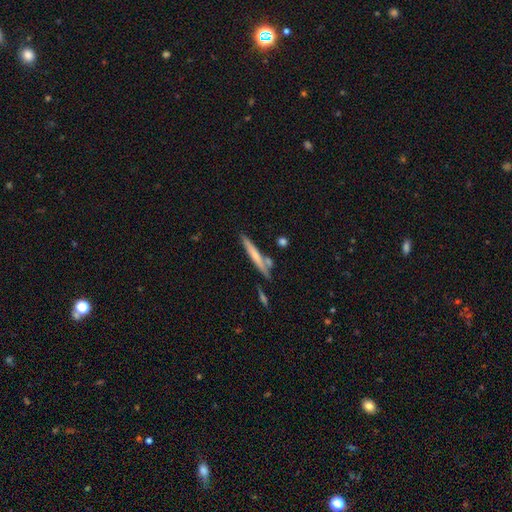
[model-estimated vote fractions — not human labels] A smooth galaxy with no disk features (54%) that is cigar-shaped (93%).

Vote fractions:
- Smooth or featured? smooth: 54% / featured or disk: 40% / star or artifact: 7%
- How rounded? cigar-shaped: 93% / in between: 5% / round: 2%
- Merging? none: 70% / minor disturbance: 14% / merger: 12% / major disturbance: 4%